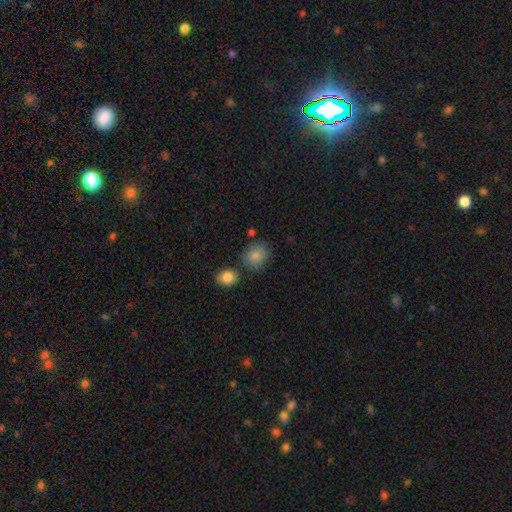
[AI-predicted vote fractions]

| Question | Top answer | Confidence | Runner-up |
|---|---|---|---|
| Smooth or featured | smooth | 84% | star or artifact (9%) |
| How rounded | round | 72% | in between (27%) |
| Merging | none | 73% | minor disturbance (14%) |